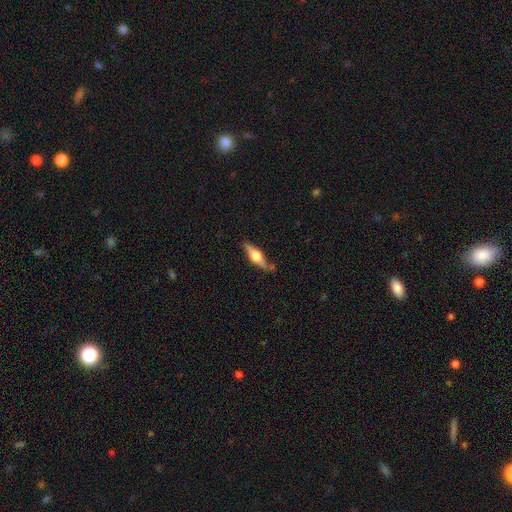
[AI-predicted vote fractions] Smooth or featured: featured or disk — 58% (smooth — 36%)
Edge-on disk: yes — 91% (no — 9%)
Edge-on bulge: rounded — 93% (boxy — 5%)
Merging: none — 73% (minor disturbance — 18%)